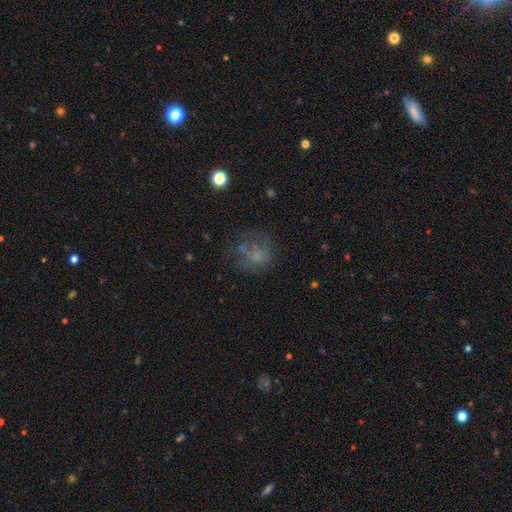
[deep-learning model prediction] Q: Smooth or featured?
A: smooth (49%); runner-up: featured or disk (32%)
Q: Merging?
A: none (50%); runner-up: major disturbance (25%)